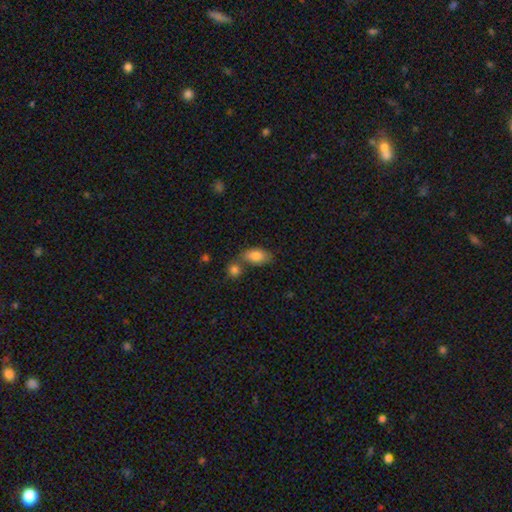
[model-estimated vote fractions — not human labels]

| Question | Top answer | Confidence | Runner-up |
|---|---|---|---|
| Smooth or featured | smooth | 83% | featured or disk (10%) |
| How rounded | in between | 90% | round (5%) |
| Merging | none | 56% | merger (25%) |